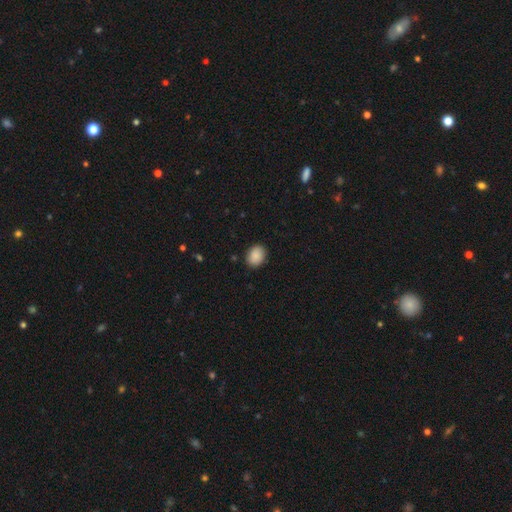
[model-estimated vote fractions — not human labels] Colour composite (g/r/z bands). It shows a smooth galaxy with no disk features (90%) that is in between round and cigar-shaped (63%). Merging: none (88%).